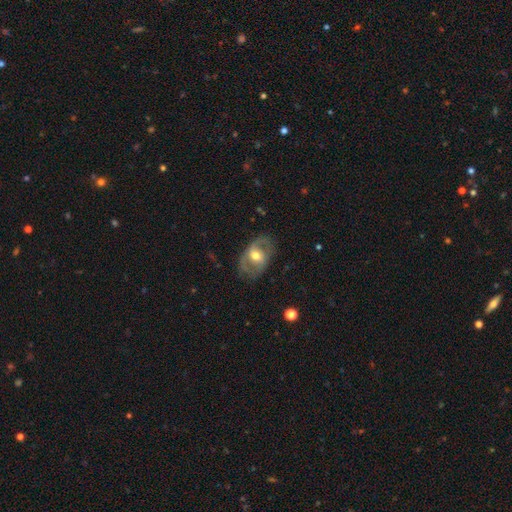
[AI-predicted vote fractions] This is likely a featured or disk galaxy (65%). It is clearly not viewed edge-on (93%). Bar: marginally no (40%, tied with weak). Spiral arm pattern: likely yes (65%). Central bulge: likely moderate (70%). Merging: likely none (70%).